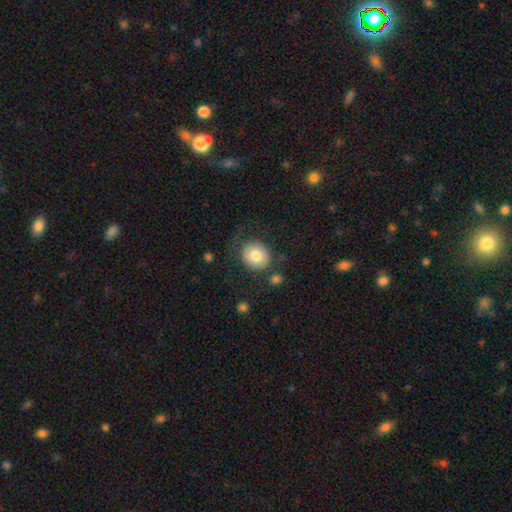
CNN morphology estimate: Smooth or featured?
  - smooth: 78% *
  - featured or disk: 14%
  - star or artifact: 8%
How rounded?
  - round: 77% *
  - in between: 22%
  - cigar-shaped: 1%
Merging?
  - none: 74% *
  - minor disturbance: 15%
  - major disturbance: 8%
  - merger: 3%